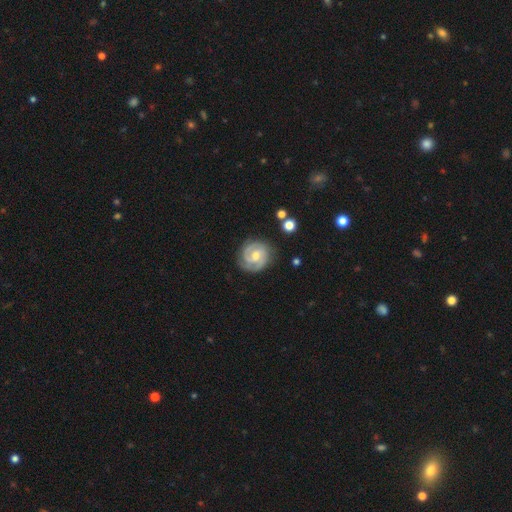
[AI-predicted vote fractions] Morphology: type=featured or disk (85%); edge-on=no (98%); bar=weak (46%); spiral arms=yes (97%); winding=tight (66%); arm count=2 (71%); bulge=moderate (61%); merging=none (82%).